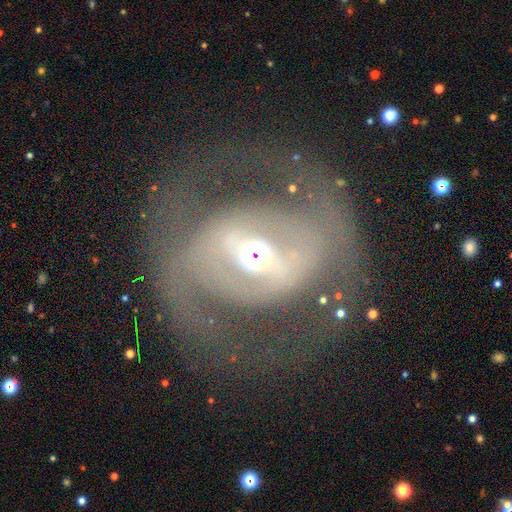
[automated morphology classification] This appears to be a featured or disk galaxy (78%) with a strong bar (44%), spiral arms (60%) and a moderate central bulge (63%). Merging: none (59%).